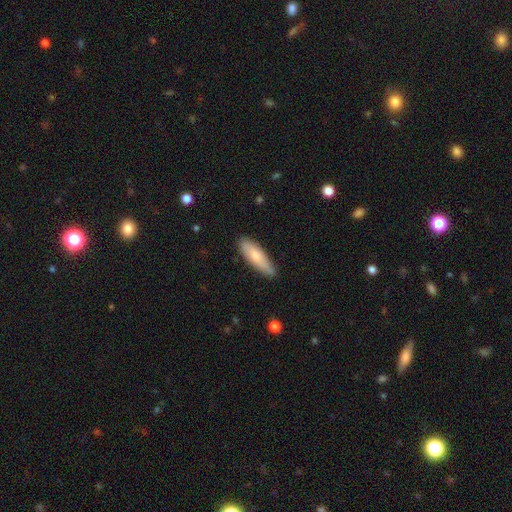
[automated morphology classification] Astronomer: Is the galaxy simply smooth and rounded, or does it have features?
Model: smooth — 75%.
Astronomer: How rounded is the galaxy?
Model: cigar-shaped — 53% (runner-up: in between, 45%).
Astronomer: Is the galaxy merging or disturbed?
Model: none — 77%.